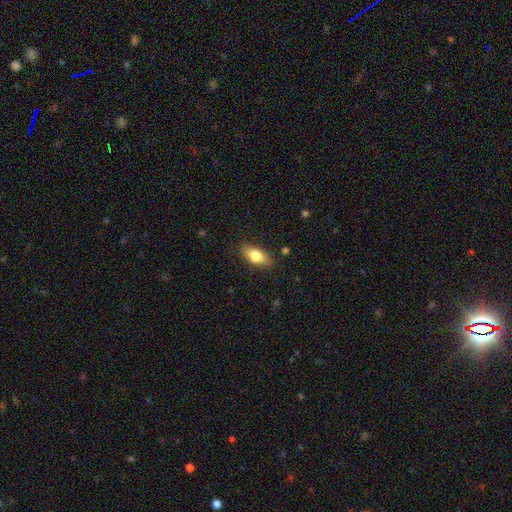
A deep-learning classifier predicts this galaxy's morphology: Smooth or featured? Predicted: smooth (p=0.74). How rounded? Predicted: in between (p=0.79). Merging? Predicted: none (p=0.82).